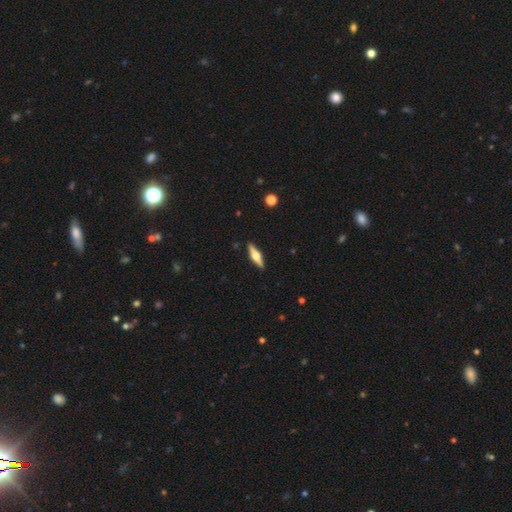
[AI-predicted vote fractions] A featured or disk galaxy (63%) viewed edge-on (96%) with a rounded central bulge (94%). Merging: none (90%).